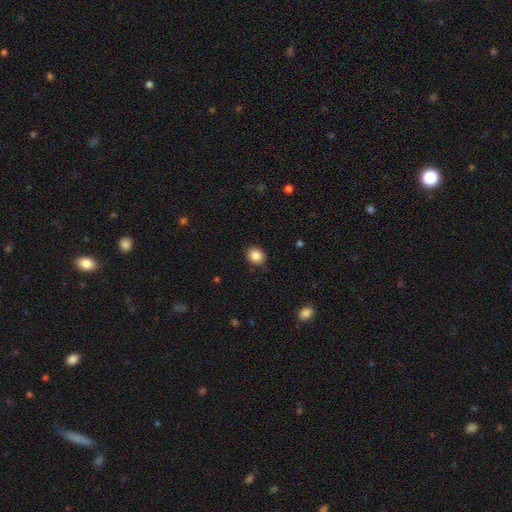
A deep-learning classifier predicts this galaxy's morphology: smooth-or-featured: smooth: 86% | star or artifact: 9% | featured or disk: 4%
  how-rounded: round: 65% | in between: 35% | cigar-shaped: 1%
  merging: none: 86% | minor disturbance: 11% | major disturbance: 2% | merger: 1%